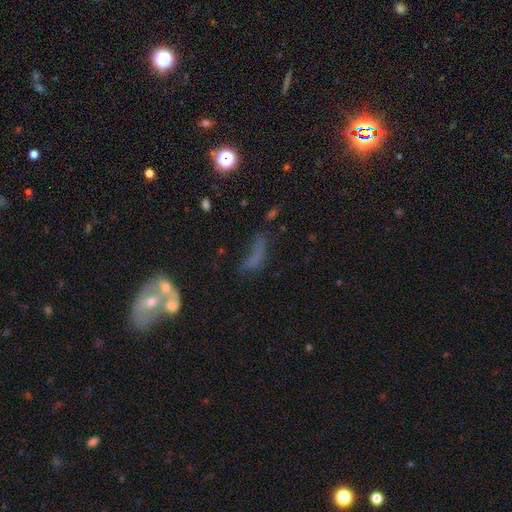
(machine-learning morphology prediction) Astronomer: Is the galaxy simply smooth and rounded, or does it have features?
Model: smooth — 45% (runner-up: featured or disk, 32%).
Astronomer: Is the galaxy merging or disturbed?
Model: major disturbance — 32% (runner-up: none, 31%).